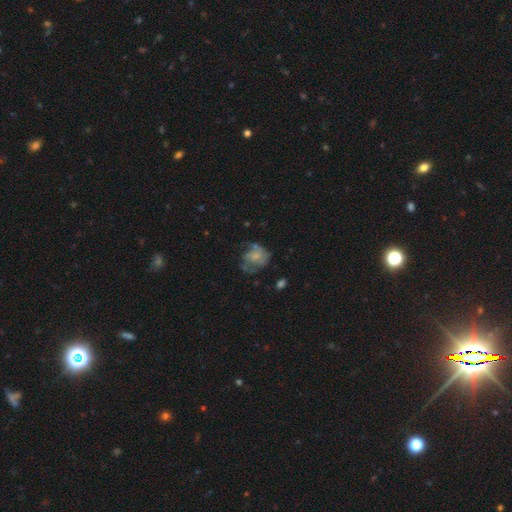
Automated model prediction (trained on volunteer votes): Smooth or featured? featured or disk (47%)
Merging? none (40%)